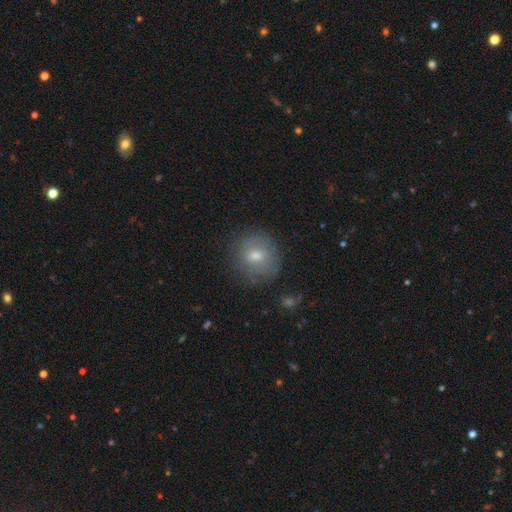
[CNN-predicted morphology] Smooth or featured? Predicted: smooth (p=0.58). How rounded? Predicted: round (p=0.84). Merging? Predicted: none (p=0.79).